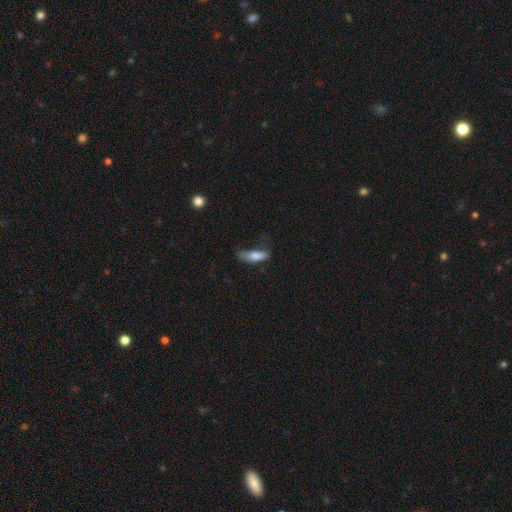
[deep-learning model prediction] A smooth galaxy with no disk features (77%) that is in between round and cigar-shaped (51%). Merging: none (43%).